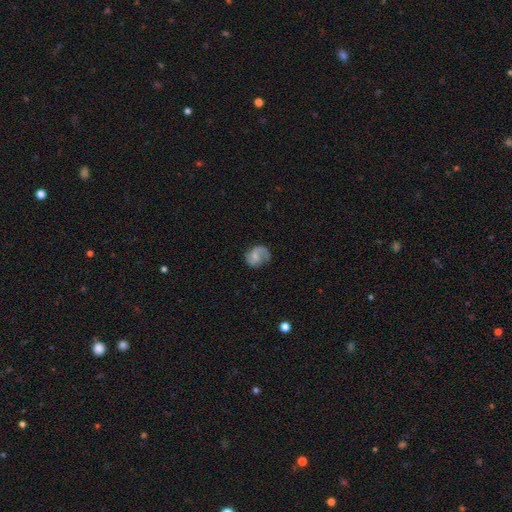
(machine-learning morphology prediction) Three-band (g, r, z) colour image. It shows a featured or disk galaxy (63%) with no bar (53%), 2 (65%) medium (42%) spiral arms (91%) and a small central bulge (52%). Merging: none (63%).